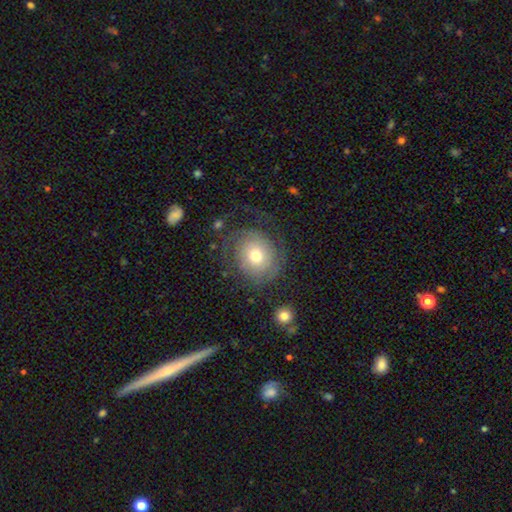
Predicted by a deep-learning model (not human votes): A smooth galaxy with no disk features (48%). Merging: none (62%).